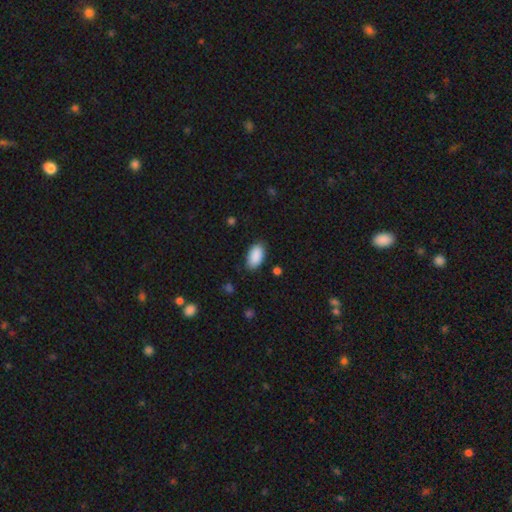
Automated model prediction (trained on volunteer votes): Overall: smooth (90%). How rounded: in between (95%). Merging: none (84%).